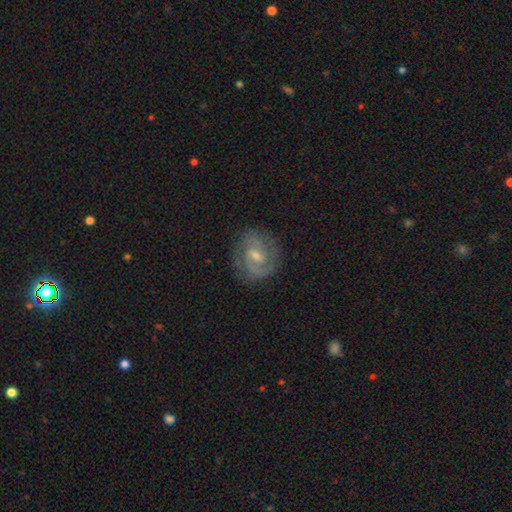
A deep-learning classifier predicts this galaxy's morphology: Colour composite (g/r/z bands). It shows a featured or disk galaxy (80%) with a weak bar (57%), 2 (80%) medium (46%) spiral arms (94%) and a moderate central bulge (48%). Merging: none (80%).